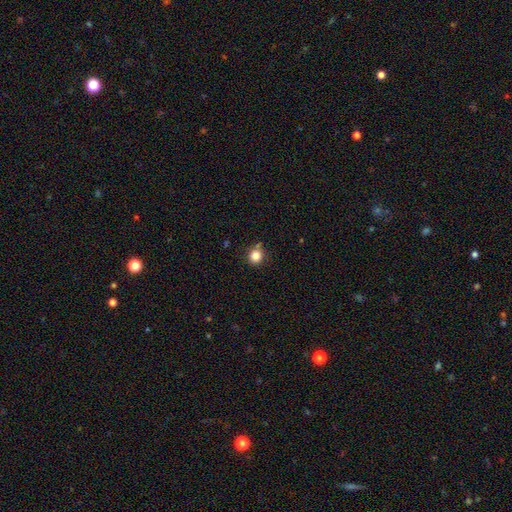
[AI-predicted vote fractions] Q: Smooth or featured?
A: smooth (83%); runner-up: star or artifact (11%)
Q: How rounded?
A: round (86%); runner-up: in between (13%)
Q: Merging?
A: none (75%); runner-up: minor disturbance (16%)